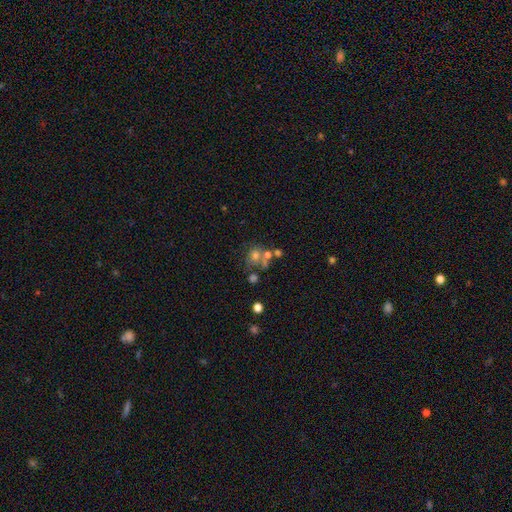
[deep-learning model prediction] A smooth galaxy with no disk features (55%) that is round (74%).

Vote fractions:
- Smooth or featured? smooth: 55% / featured or disk: 23% / star or artifact: 22%
- How rounded? round: 74% / in between: 25% / cigar-shaped: 1%
- Merging? none: 44% / merger: 34% / minor disturbance: 12% / major disturbance: 10%